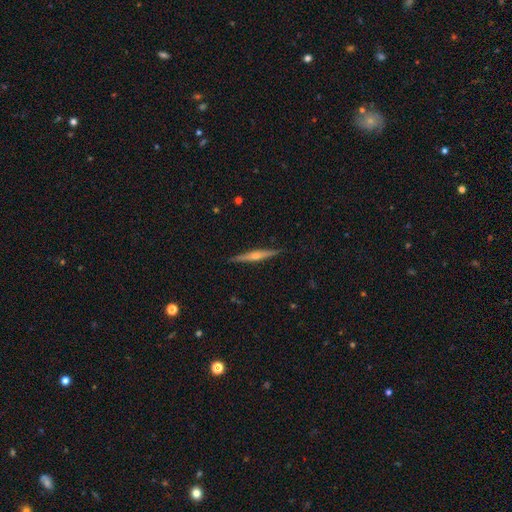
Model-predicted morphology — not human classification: Q: Smooth or featured?
A: featured or disk (66%); runner-up: smooth (27%)
Q: Edge-on disk?
A: yes (98%); runner-up: no (2%)
Q: Edge-on bulge?
A: rounded (76%); runner-up: none (14%)
Q: Merging?
A: none (90%); runner-up: minor disturbance (8%)